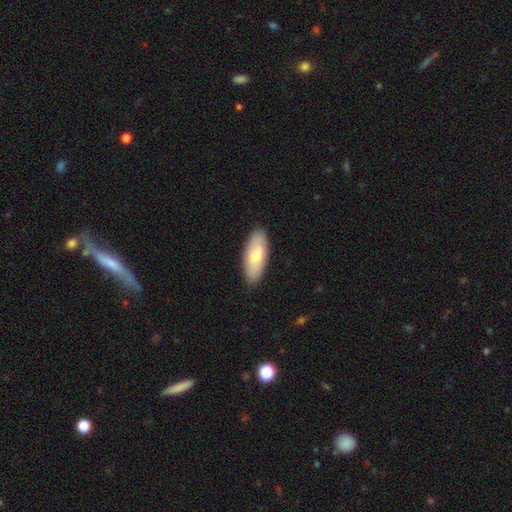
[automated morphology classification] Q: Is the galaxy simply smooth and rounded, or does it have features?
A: smooth — 69%.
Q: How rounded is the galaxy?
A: in between — 78%.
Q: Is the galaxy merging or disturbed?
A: none — 88%.